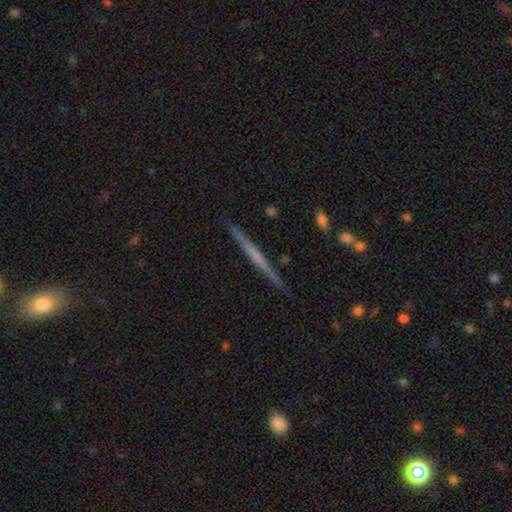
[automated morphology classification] smooth_or_featured: featured or disk (p=0.64) [alt: smooth p=0.29]
disk_edge_on: yes (p=0.98) [alt: no p=0.02]
edge_on_bulge: none (p=0.74) [alt: rounded p=0.18]
merging: none (p=0.91) [alt: minor disturbance p=0.06]